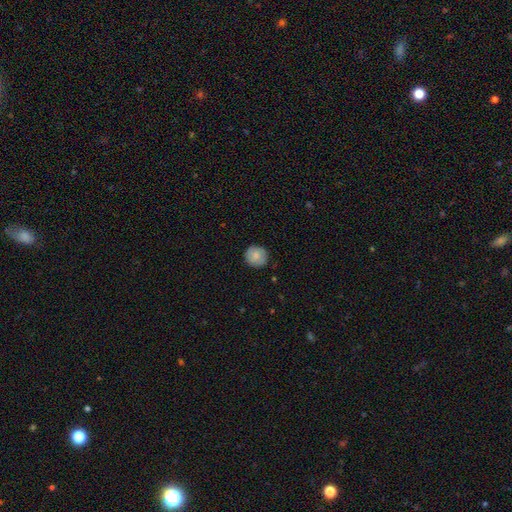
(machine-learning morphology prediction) Smooth or featured: smooth — 84% (featured or disk — 9%)
How rounded: round — 92% (in between — 7%)
Merging: none — 87% (minor disturbance — 10%)